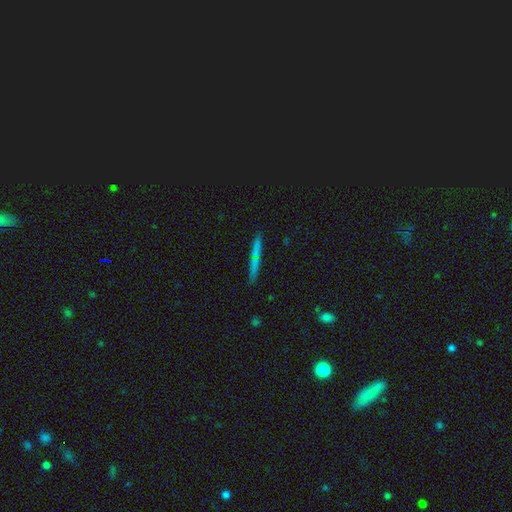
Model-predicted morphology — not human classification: smooth-or-featured: smooth: 56% | featured or disk: 32% | star or artifact: 12%
  how-rounded: cigar-shaped: 94% | in between: 4% | round: 2%
  merging: none: 87% | minor disturbance: 9% | merger: 2% | major disturbance: 2%